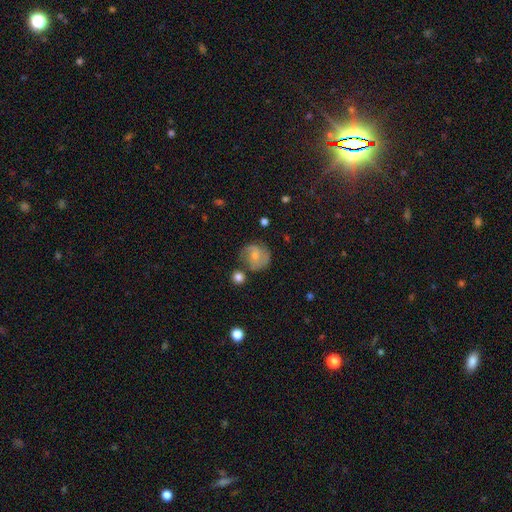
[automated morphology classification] smooth_or_featured: featured or disk (p=0.50) [alt: smooth p=0.42]
merging: none (p=0.61) [alt: minor disturbance p=0.22]